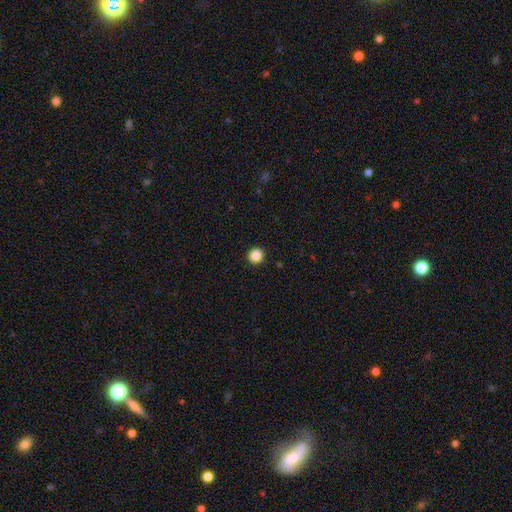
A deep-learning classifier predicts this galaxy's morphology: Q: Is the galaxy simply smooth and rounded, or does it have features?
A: smooth — 86%.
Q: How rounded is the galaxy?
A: round — 96%.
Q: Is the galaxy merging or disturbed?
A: none — 94%.